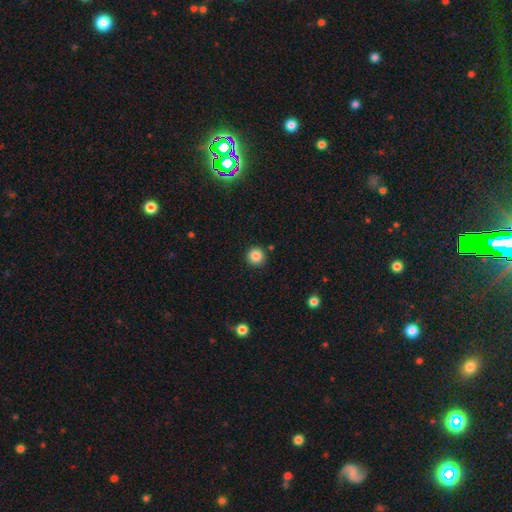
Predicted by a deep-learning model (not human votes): Smooth or featured? Predicted: smooth (p=0.86). How rounded? Predicted: round (p=0.94). Merging? Predicted: none (p=0.89).